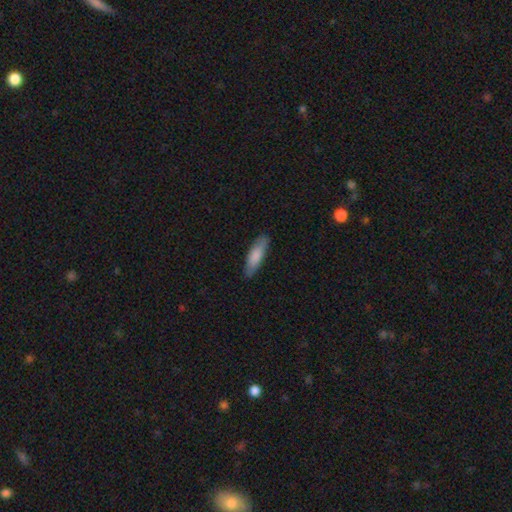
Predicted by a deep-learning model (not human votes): The model was most divided on "how rounded": cigar-shaped: 59%, in between: 40%, round: 2%. More confident: merging — none (85%); smooth or featured — smooth (82%).